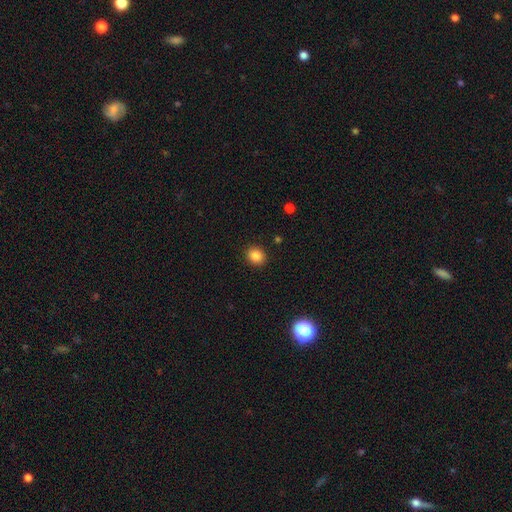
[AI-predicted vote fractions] smooth_or_featured: smooth (p=0.85) [alt: star or artifact p=0.10]
how_rounded: round (p=0.78) [alt: in between p=0.21]
merging: none (p=0.91) [alt: minor disturbance p=0.06]